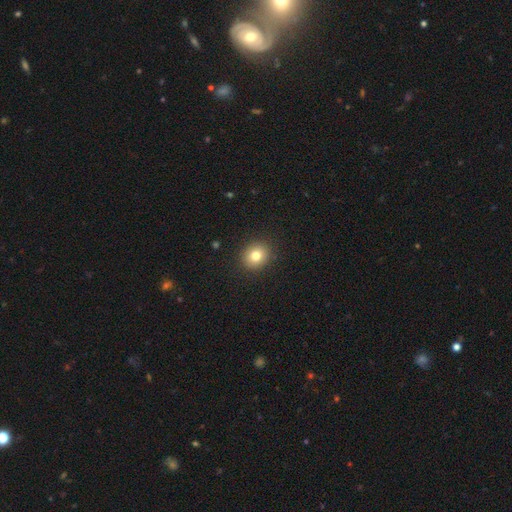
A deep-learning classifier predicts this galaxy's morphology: type=smooth (79%); roundness=round (76%); merging=none (91%).